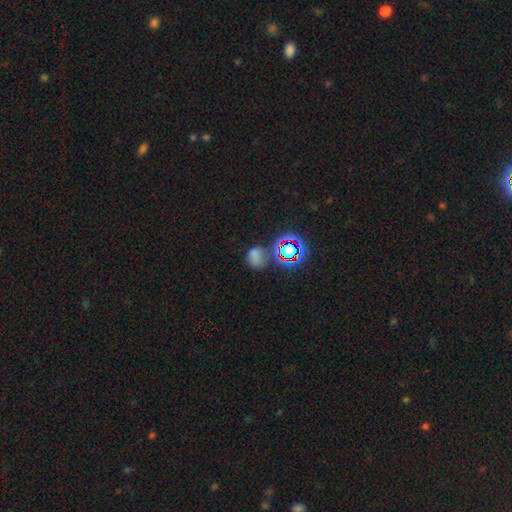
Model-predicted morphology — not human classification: Smooth or featured: smooth — 58% (star or artifact — 32%)
How rounded: round — 61% (in between — 38%)
Merging: none — 54% (minor disturbance — 21%)